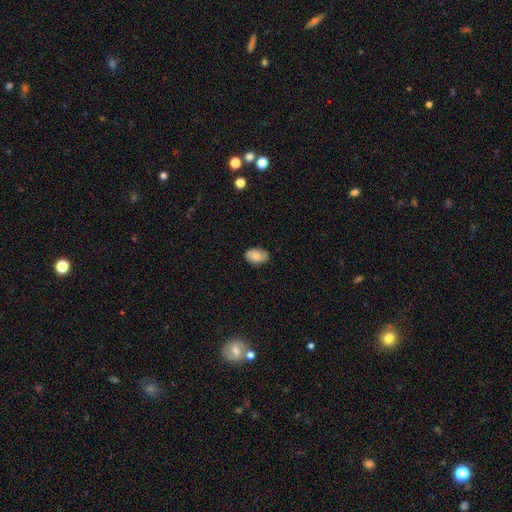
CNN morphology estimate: A smooth galaxy with no disk features (74%) that is in between round and cigar-shaped (87%). Merging: none (81%).